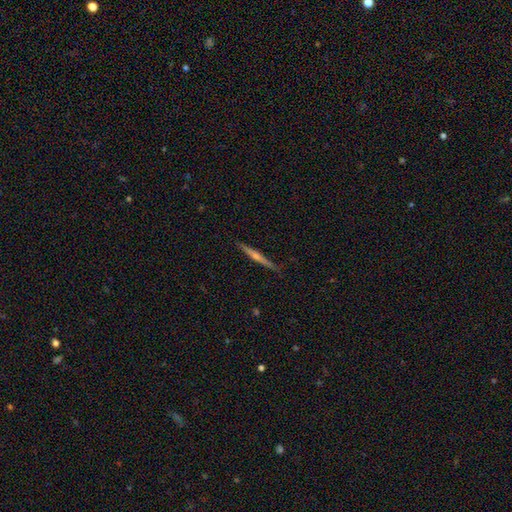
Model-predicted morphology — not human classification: smooth_or_featured: featured or disk (p=0.73) [alt: smooth p=0.21]
disk_edge_on: yes (p=0.98) [alt: no p=0.02]
edge_on_bulge: rounded (p=0.78) [alt: none p=0.16]
merging: none (p=0.90) [alt: minor disturbance p=0.08]